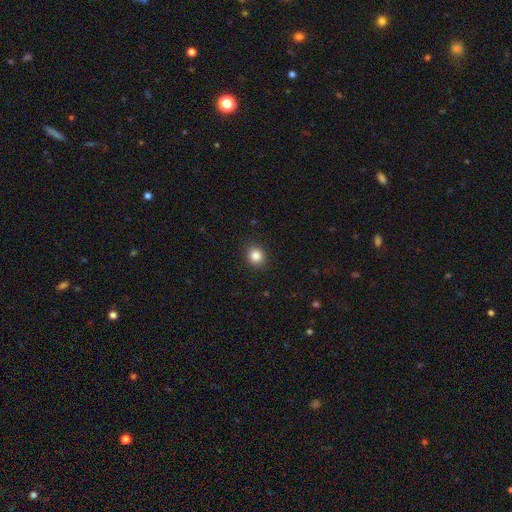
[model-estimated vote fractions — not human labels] Smooth or featured? smooth (85%)
How rounded? round (82%)
Merging? none (90%)